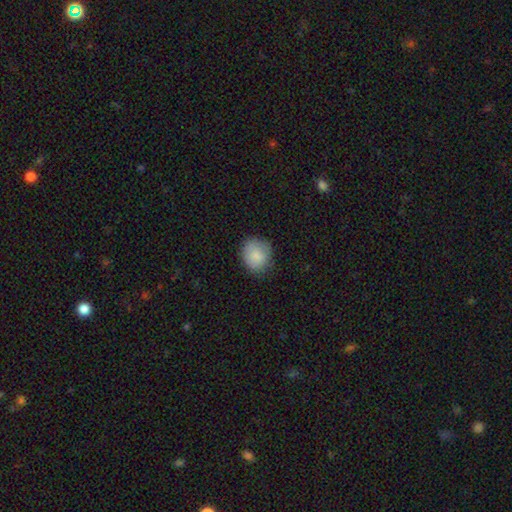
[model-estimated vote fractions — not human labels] Smooth or featured: smooth — 85% (featured or disk — 8%)
How rounded: round — 67% (in between — 32%)
Merging: none — 74% (minor disturbance — 20%)